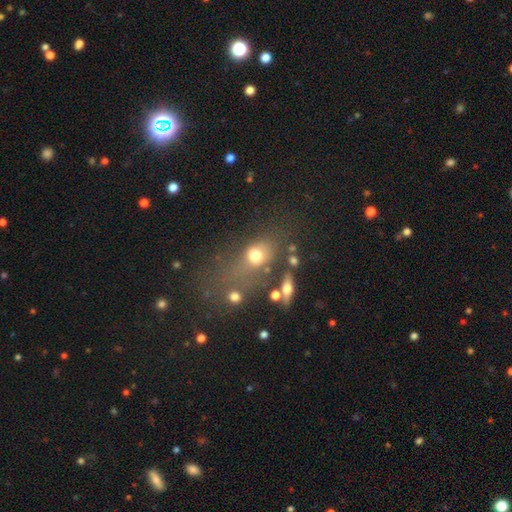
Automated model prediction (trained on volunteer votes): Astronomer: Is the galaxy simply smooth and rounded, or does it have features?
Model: smooth — 69%.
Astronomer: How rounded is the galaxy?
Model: in between — 55% (runner-up: round, 40%).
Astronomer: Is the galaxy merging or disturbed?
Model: none — 39% (runner-up: merger, 24%).